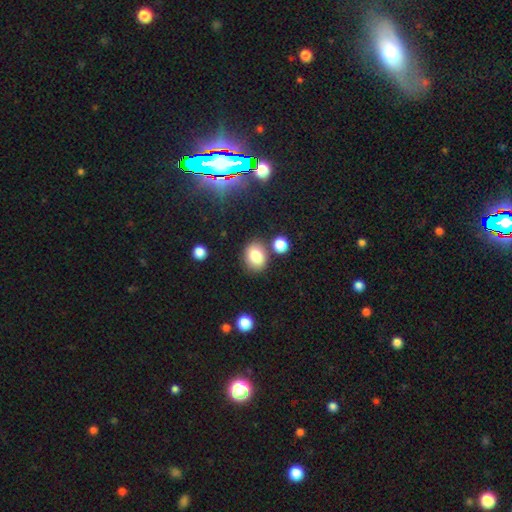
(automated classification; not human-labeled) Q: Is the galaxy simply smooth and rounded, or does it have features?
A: smooth — 80%.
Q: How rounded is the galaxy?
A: in between — 50%.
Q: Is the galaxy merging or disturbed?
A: none — 75%.